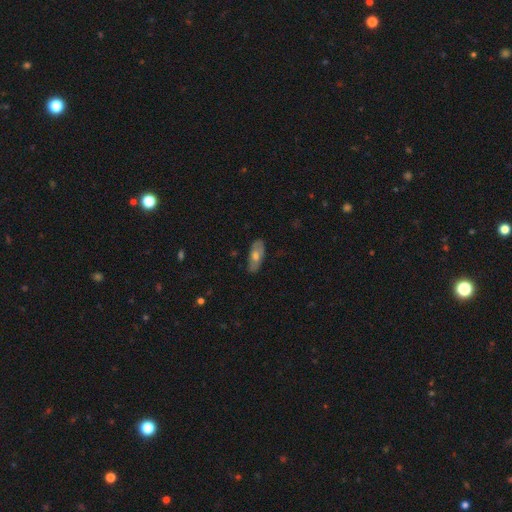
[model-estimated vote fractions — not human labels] This appears to be a smooth galaxy with no disk features (53%) that is in between round and cigar-shaped (78%). Merging: none (82%).